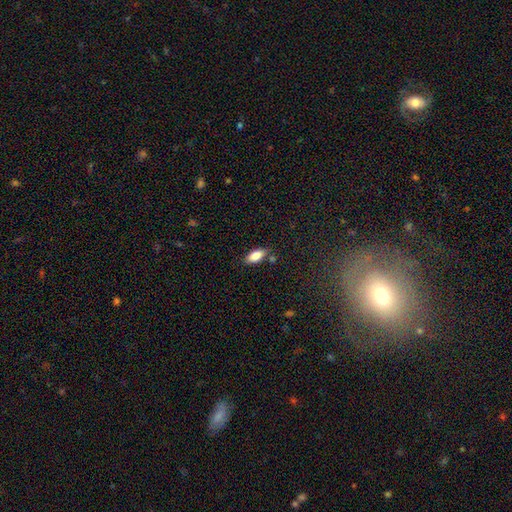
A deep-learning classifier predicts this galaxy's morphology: smooth-or-featured: smooth: 83% | featured or disk: 9% | star or artifact: 7%
  how-rounded: in between: 88% | cigar-shaped: 10% | round: 3%
  merging: none: 79% | minor disturbance: 13% | merger: 5% | major disturbance: 3%